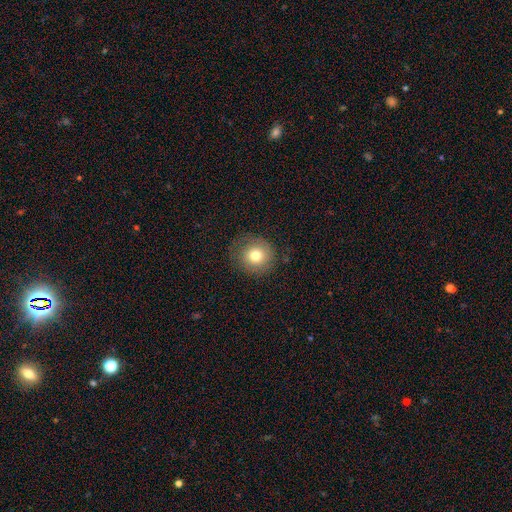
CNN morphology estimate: The model was most divided on "smooth or featured": smooth: 74%, featured or disk: 15%, star or artifact: 11%. More confident: how rounded — round (91%); merging — none (81%).